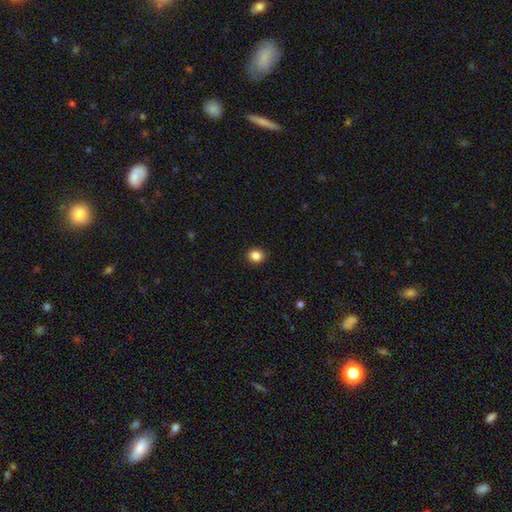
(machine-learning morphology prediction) The model was most divided on "how rounded": round: 73%, in between: 26%, cigar-shaped: 1%. More confident: merging — none (91%); smooth or featured — smooth (86%).